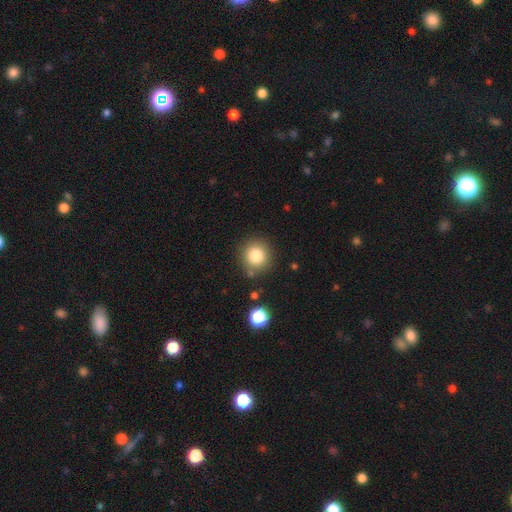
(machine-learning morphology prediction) Overall: smooth (81%). How rounded: round (92%). Merging: none (84%).